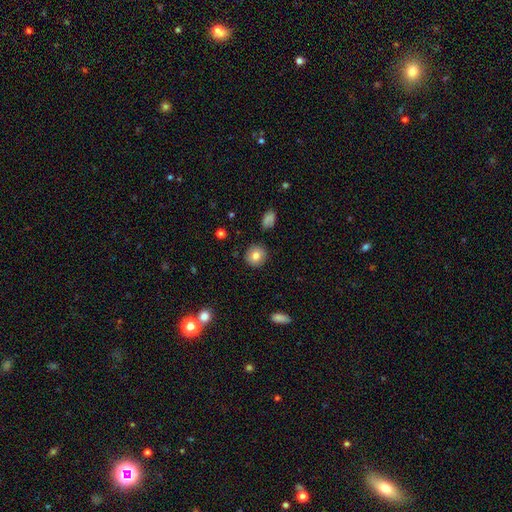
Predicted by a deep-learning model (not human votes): Morphology: type=smooth (80%); roundness=round (91%); merging=none (89%).